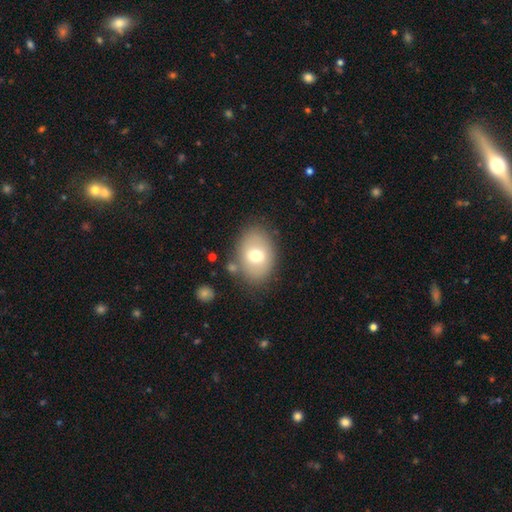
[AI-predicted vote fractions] Q: Smooth or featured?
A: smooth (69%); runner-up: featured or disk (23%)
Q: How rounded?
A: in between (73%); runner-up: round (26%)
Q: Merging?
A: none (76%); runner-up: minor disturbance (14%)